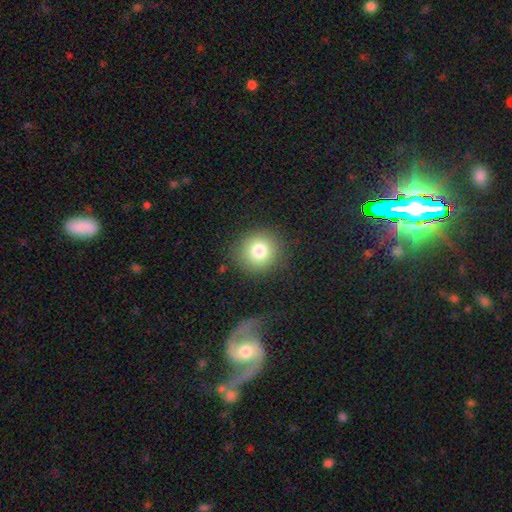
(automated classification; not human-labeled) Smooth or featured? smooth (55%)
How rounded? round (93%)
Merging? none (86%)